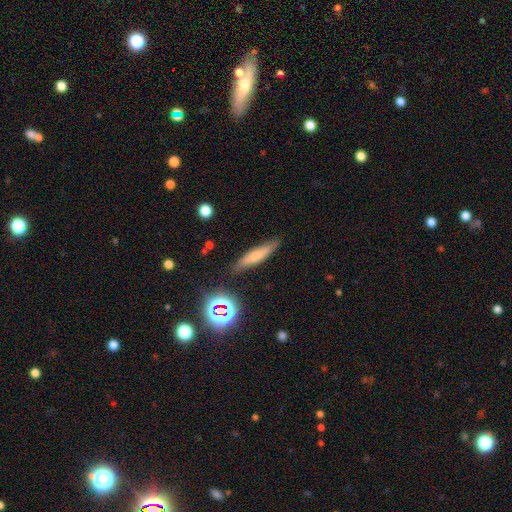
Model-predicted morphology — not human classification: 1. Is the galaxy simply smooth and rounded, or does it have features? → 59% smooth, 30% featured or disk, 11% star or artifact.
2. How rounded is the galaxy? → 81% cigar-shaped, 16% in between, 3% round.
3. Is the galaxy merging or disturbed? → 82% none, 13% minor disturbance, 3% major disturbance, 2% merger.